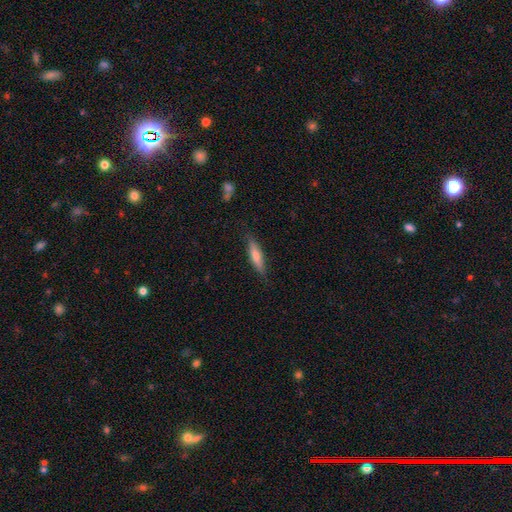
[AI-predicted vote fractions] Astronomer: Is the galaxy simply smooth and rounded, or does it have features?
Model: smooth — 53% (runner-up: featured or disk, 40%).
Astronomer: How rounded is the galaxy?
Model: cigar-shaped — 82%.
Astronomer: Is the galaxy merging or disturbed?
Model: none — 84%.